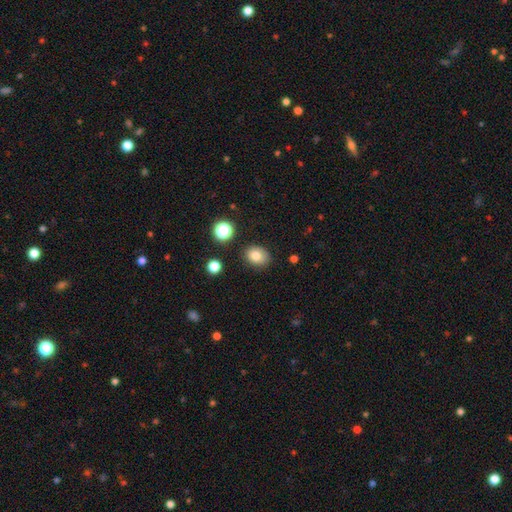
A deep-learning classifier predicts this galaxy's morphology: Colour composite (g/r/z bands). It shows a smooth galaxy with no disk features (80%) that is in between round and cigar-shaped (50%). Merging: none (83%).